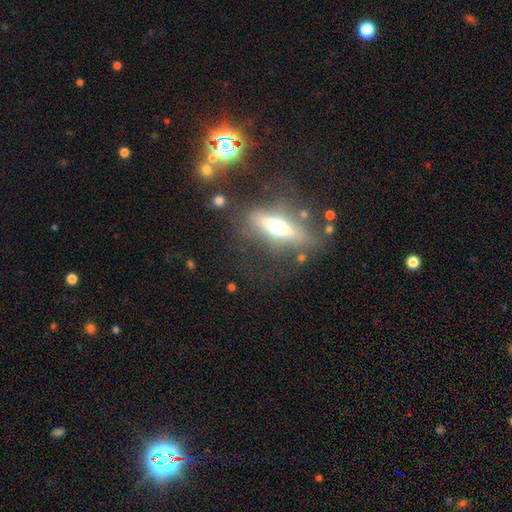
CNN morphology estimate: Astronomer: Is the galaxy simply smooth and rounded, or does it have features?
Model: featured or disk — 69%.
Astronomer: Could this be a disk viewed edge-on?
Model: yes — 74%.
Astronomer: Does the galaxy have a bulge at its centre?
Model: rounded — 88%.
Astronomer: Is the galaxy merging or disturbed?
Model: none — 63%.